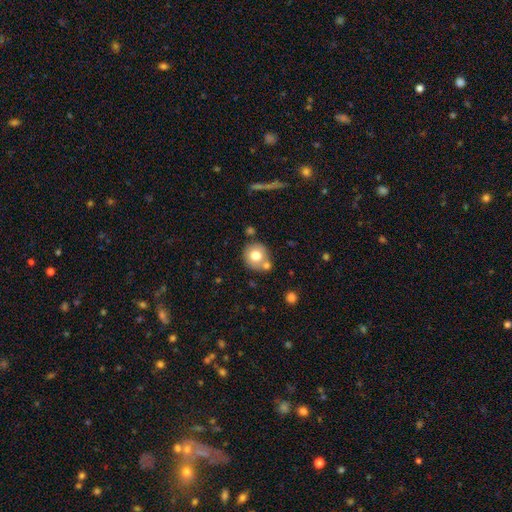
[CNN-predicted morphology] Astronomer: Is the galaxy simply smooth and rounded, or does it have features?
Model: smooth — 74%.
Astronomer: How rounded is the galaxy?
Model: round — 86%.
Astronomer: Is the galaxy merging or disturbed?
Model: none — 64%.